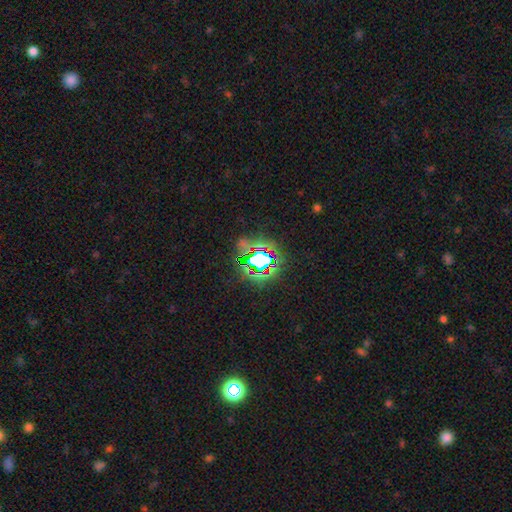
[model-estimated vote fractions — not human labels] The model was most divided on "smooth or featured": star or artifact: 70%, smooth: 18%, featured or disk: 12%.